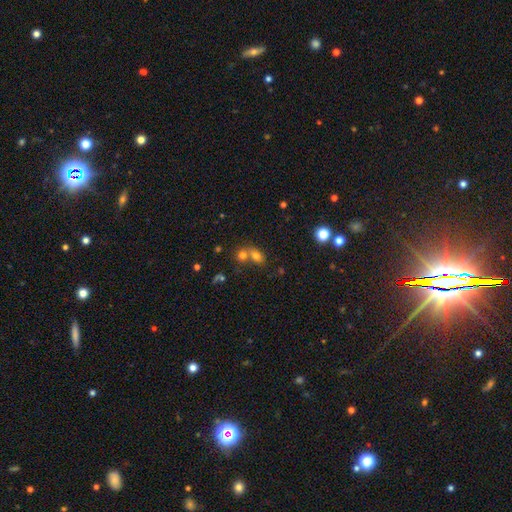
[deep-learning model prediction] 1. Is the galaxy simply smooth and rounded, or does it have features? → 72% smooth, 16% star or artifact, 12% featured or disk.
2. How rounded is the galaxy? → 60% in between, 37% round, 2% cigar-shaped.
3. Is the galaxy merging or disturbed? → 55% merger, 34% none, 8% minor disturbance, 4% major disturbance.